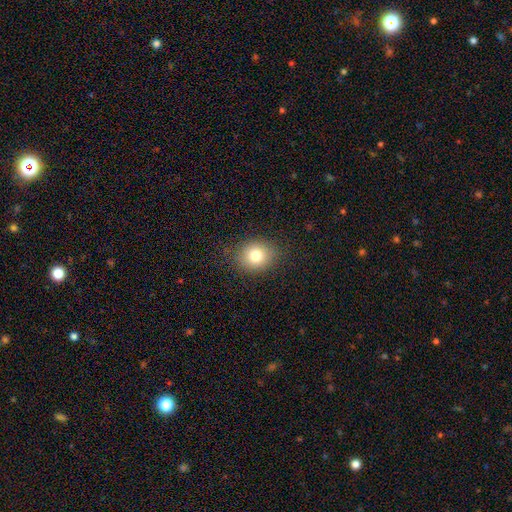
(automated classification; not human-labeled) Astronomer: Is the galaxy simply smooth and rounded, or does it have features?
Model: smooth — 79%.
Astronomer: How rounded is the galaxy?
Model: round — 68%.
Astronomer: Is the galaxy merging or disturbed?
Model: none — 85%.